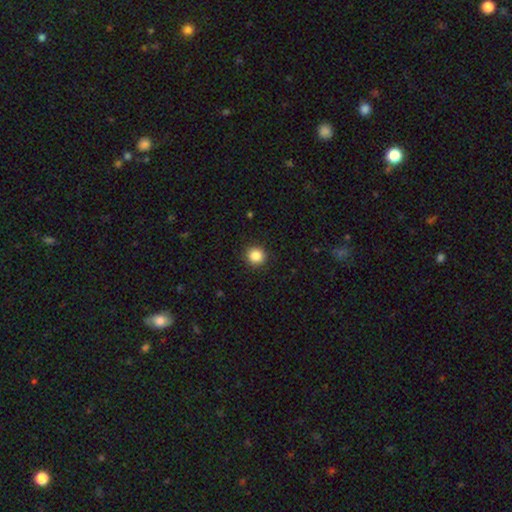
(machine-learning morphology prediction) The model was most divided on "smooth or featured": smooth: 87%, star or artifact: 10%, featured or disk: 3%. More confident: how rounded — round (93%); merging — none (92%).